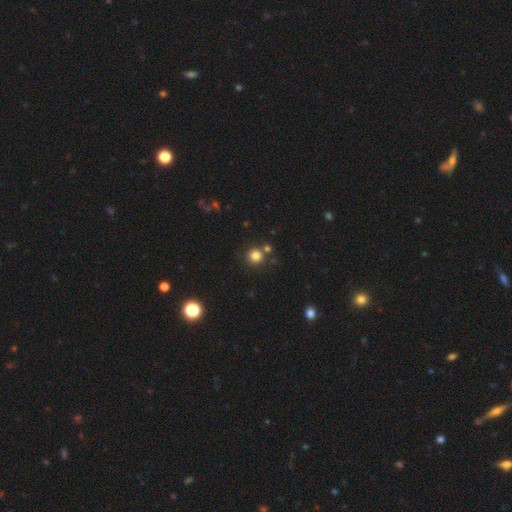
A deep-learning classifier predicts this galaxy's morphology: smooth-or-featured: smooth: 81% | star or artifact: 14% | featured or disk: 5%
  how-rounded: round: 94% | in between: 5% | cigar-shaped: 1%
  merging: none: 78% | merger: 12% | minor disturbance: 8% | major disturbance: 3%